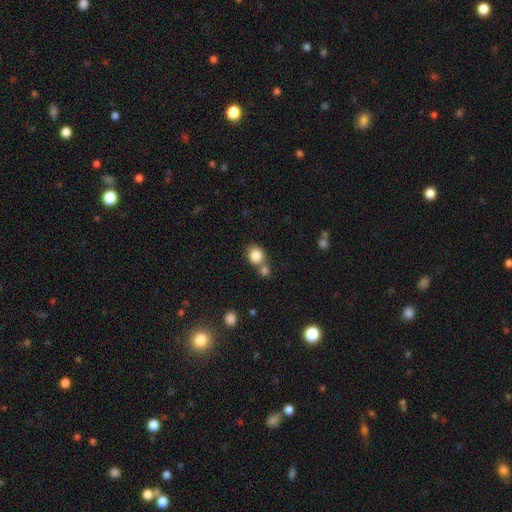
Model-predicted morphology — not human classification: smooth_or_featured: smooth (p=0.84) [alt: star or artifact p=0.09]
how_rounded: round (p=0.67) [alt: in between p=0.32]
merging: none (p=0.51) [alt: merger p=0.35]